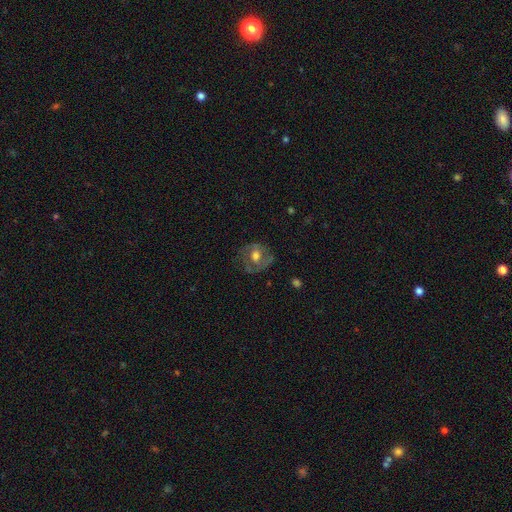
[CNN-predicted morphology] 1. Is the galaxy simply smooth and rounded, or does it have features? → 53% featured or disk, 37% smooth, 9% star or artifact.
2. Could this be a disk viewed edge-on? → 95% no, 5% yes.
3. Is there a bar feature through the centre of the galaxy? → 66% no, 26% weak, 8% strong.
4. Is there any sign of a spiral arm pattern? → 58% no, 42% yes.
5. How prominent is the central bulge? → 67% moderate, 20% large, 10% small, 2% none, 1% dominant.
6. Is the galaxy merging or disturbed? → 64% none, 21% minor disturbance, 13% major disturbance, 2% merger.